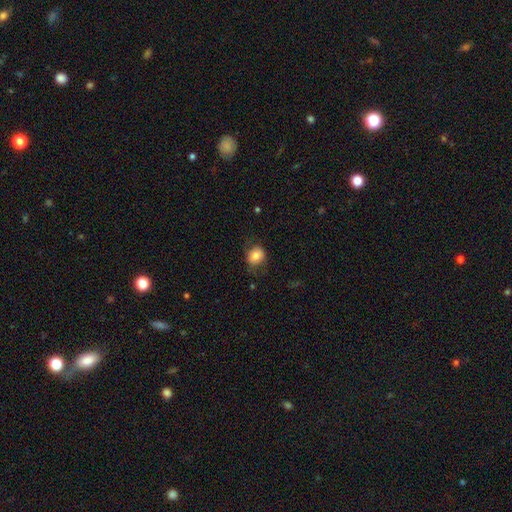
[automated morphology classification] smooth 77%, featured or disk 14%, star or artifact 9%. Down the decision tree: how rounded — round (61%); merging — none (70%).